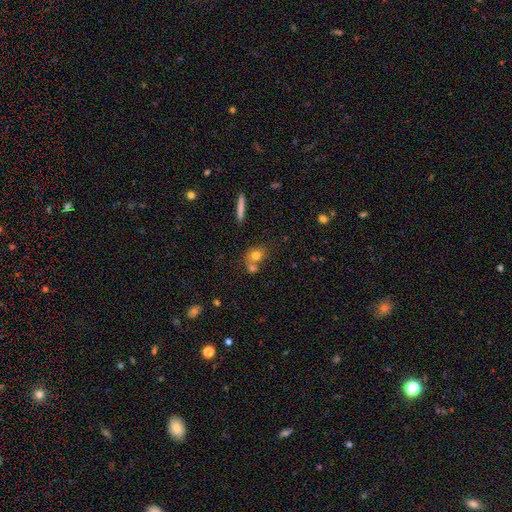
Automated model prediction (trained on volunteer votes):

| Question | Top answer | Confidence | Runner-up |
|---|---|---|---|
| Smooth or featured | smooth | 73% | featured or disk (16%) |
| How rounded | round | 60% | in between (37%) |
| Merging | none | 45% | merger (40%) |